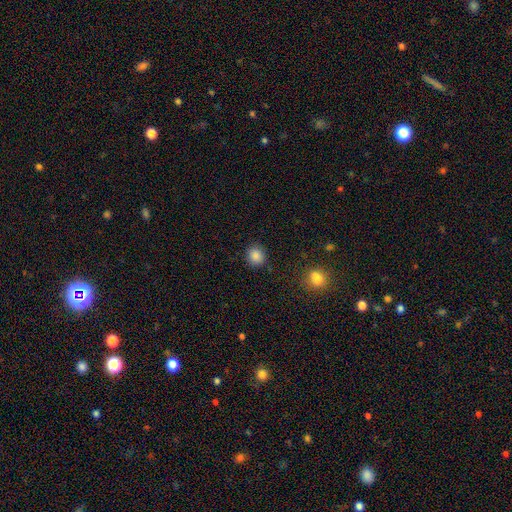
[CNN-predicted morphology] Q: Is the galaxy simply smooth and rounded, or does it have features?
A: smooth — 85%.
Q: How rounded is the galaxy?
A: round — 81%.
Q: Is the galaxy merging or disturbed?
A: none — 87%.